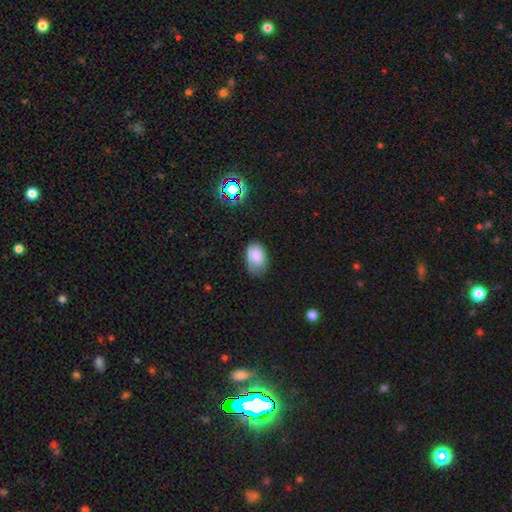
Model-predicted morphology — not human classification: Smooth or featured? smooth (83%)
How rounded? in between (86%)
Merging? none (60%)